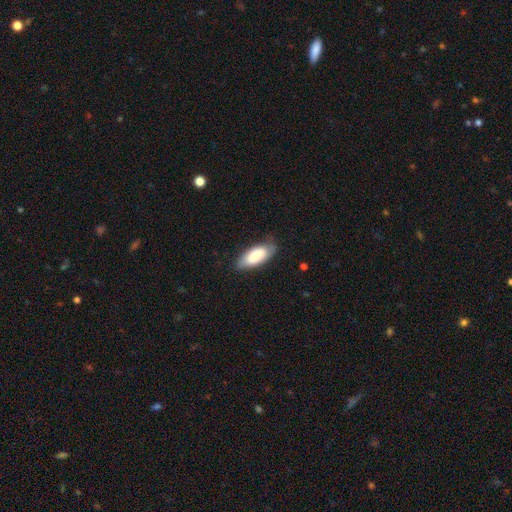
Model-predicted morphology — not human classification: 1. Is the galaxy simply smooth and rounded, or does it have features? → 76% smooth, 18% featured or disk, 6% star or artifact.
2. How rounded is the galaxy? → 84% in between, 14% cigar-shaped, 2% round.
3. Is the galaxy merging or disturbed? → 72% none, 22% minor disturbance, 5% major disturbance, 1% merger.